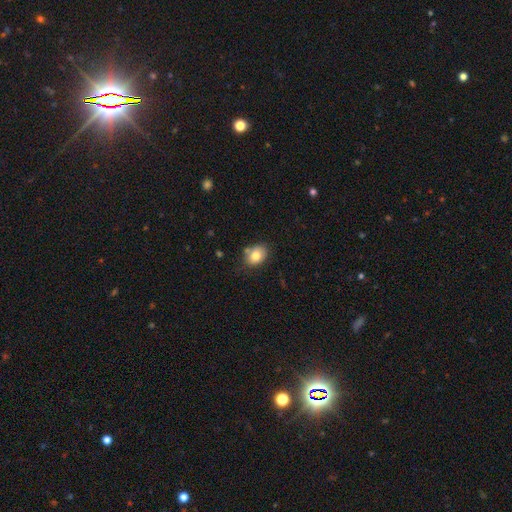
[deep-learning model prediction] Smooth or featured? Predicted: smooth (p=0.81). How rounded? Predicted: in between (p=0.62). Merging? Predicted: none (p=0.71).